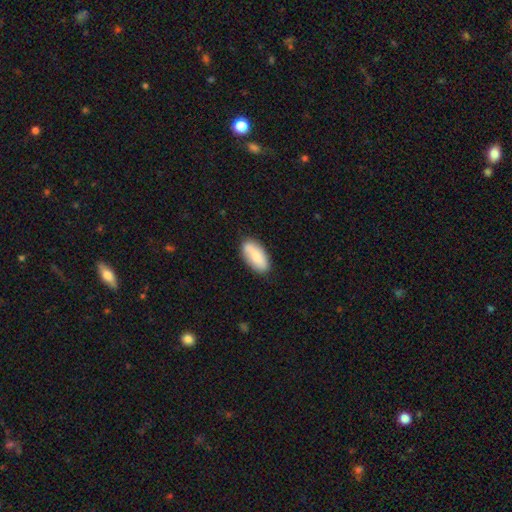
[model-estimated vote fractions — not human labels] Q: Smooth or featured?
A: smooth (72%); runner-up: featured or disk (22%)
Q: How rounded?
A: in between (89%); runner-up: cigar-shaped (8%)
Q: Merging?
A: none (83%); runner-up: minor disturbance (13%)